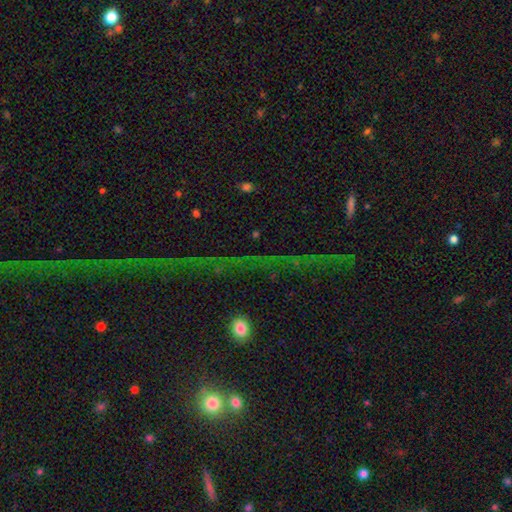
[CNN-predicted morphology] Smooth or featured: star or artifact — 57% (smooth — 27%)